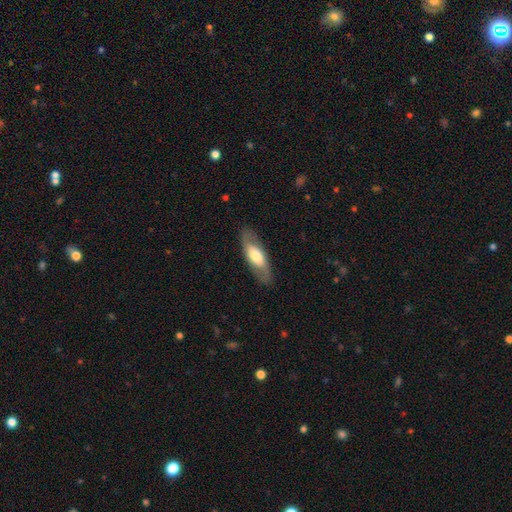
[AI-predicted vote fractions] Morphology: type=featured or disk (51%); edge-on=no (73%); merging=none (83%).